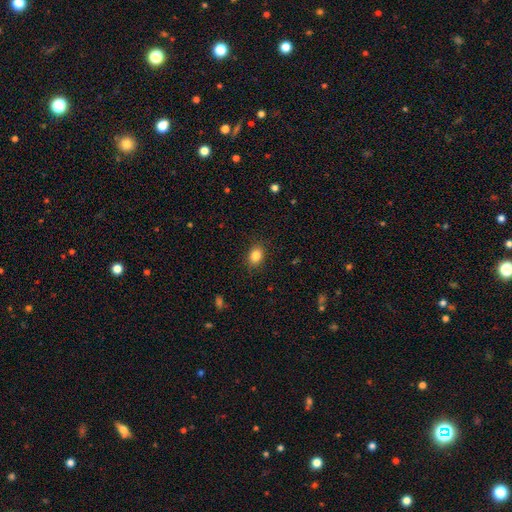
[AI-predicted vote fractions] This is clearly a smooth galaxy (85%). How rounded: likely in between (67%). Merging: clearly none (87%).